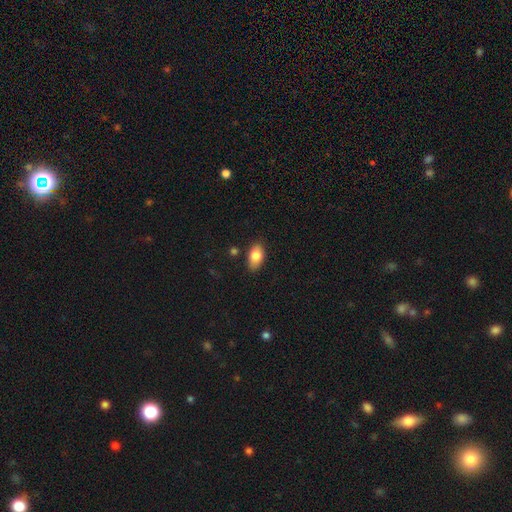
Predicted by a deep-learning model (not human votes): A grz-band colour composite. It shows a smooth galaxy with no disk features (83%) that is in between round and cigar-shaped (91%). Merging: none (82%).